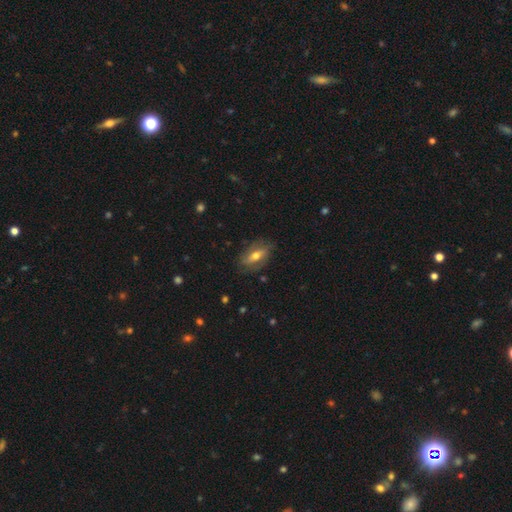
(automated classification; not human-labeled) A featured or disk galaxy (47%). Merging: none (75%).